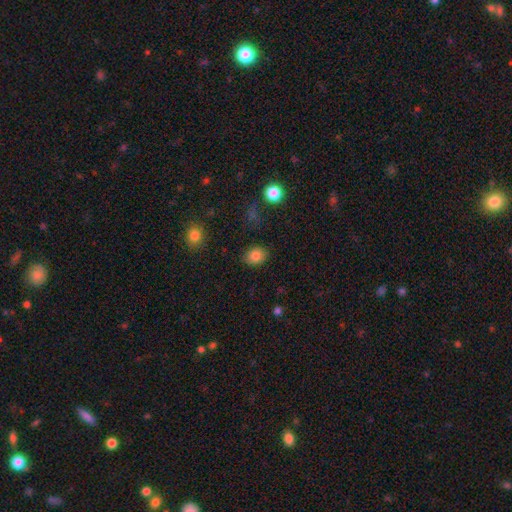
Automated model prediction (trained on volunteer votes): Overall: smooth (83%). How rounded: in between (55%; round 44%). Merging: none (85%).